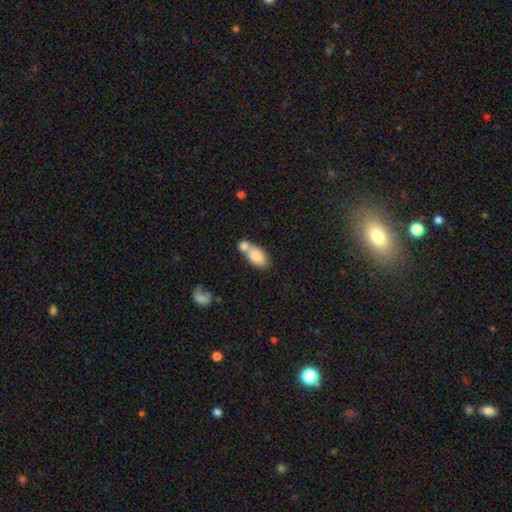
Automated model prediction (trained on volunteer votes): A smooth galaxy with no disk features (81%) that is in between round and cigar-shaped (89%).

Vote fractions:
- Smooth or featured? smooth: 81% / featured or disk: 12% / star or artifact: 7%
- How rounded? in between: 89% / round: 8% / cigar-shaped: 3%
- Merging? merger: 57% / none: 28% / minor disturbance: 10% / major disturbance: 4%